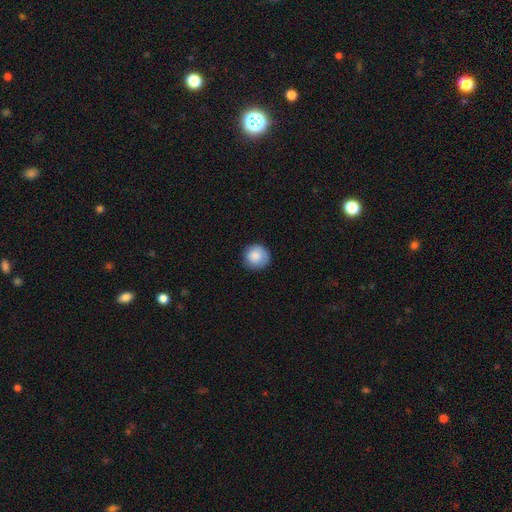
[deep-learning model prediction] Overall: smooth (86%). How rounded: round (94%). Merging: none (85%).